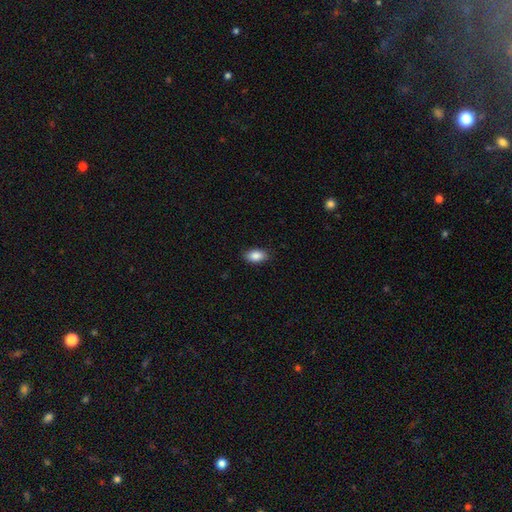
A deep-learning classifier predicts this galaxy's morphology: type=smooth (88%); roundness=in between (91%); merging=none (87%).